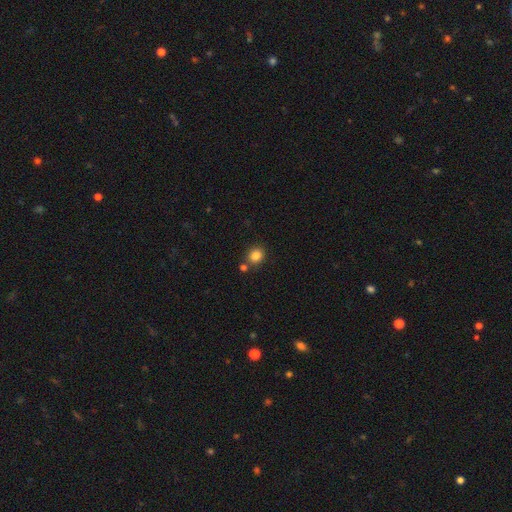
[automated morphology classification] The model was most divided on "merging": none: 75%, merger: 14%, minor disturbance: 9%, major disturbance: 3%. More confident: smooth or featured — smooth (84%); how rounded — round (81%).